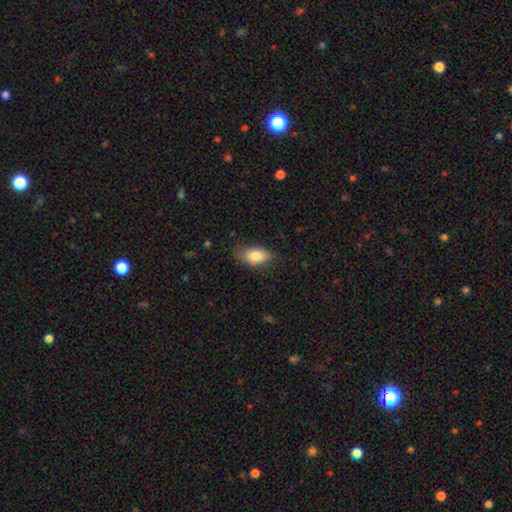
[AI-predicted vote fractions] Q: Smooth or featured?
A: smooth (83%); runner-up: featured or disk (9%)
Q: How rounded?
A: in between (91%); runner-up: round (6%)
Q: Merging?
A: none (71%); runner-up: minor disturbance (23%)